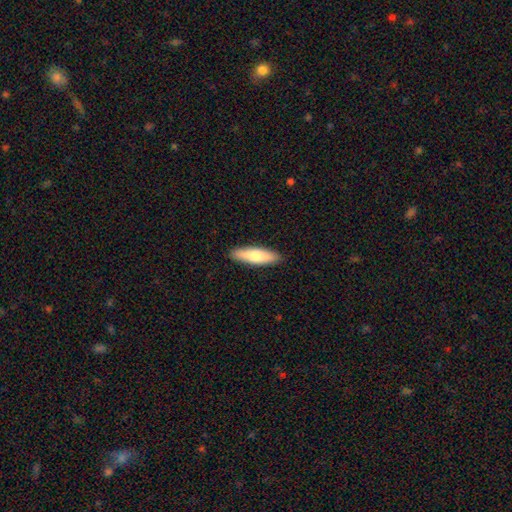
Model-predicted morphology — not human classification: smooth_or_featured: smooth (p=0.72) [alt: featured or disk p=0.22]
how_rounded: cigar-shaped (p=0.61) [alt: in between p=0.37]
merging: none (p=0.90) [alt: minor disturbance p=0.07]